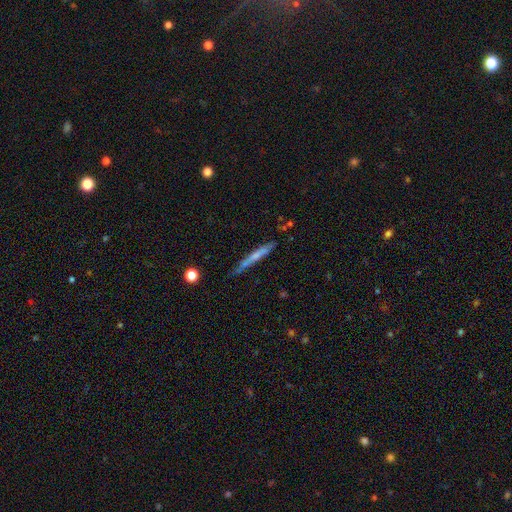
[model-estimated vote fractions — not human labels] Smooth or featured?
  - featured or disk: 48% *
  - smooth: 45%
  - star or artifact: 7%
Merging?
  - none: 79% *
  - minor disturbance: 16%
  - major disturbance: 3%
  - merger: 3%